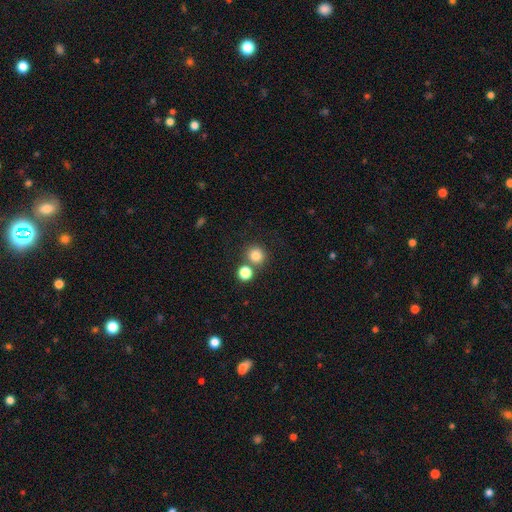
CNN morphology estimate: Smooth or featured? smooth (81%)
How rounded? round (90%)
Merging? none (71%)